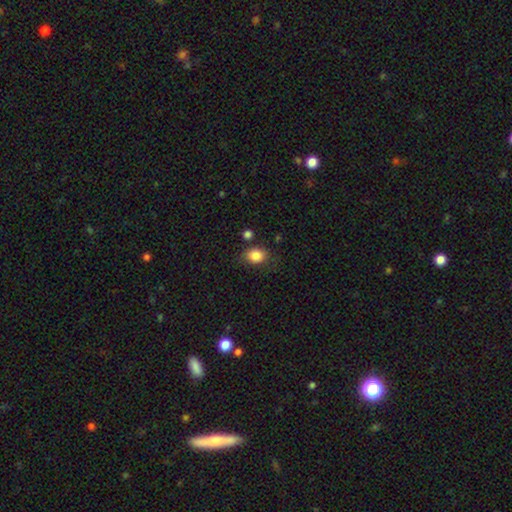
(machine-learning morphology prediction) Smooth or featured? Predicted: smooth (p=0.85). How rounded? Predicted: in between (p=0.56). Merging? Predicted: none (p=0.71).